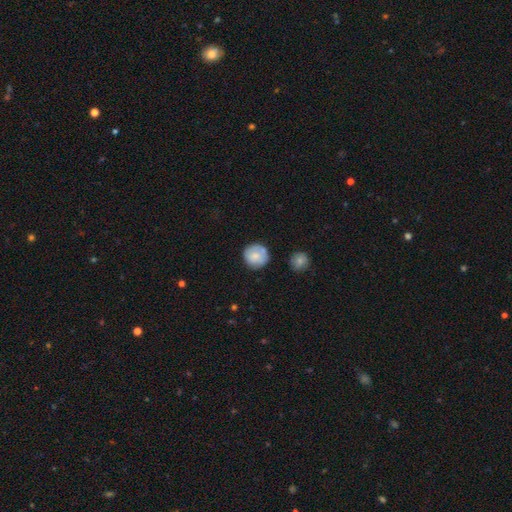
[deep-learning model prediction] A smooth galaxy with no disk features (74%) that is round (93%). Merging: none (75%).